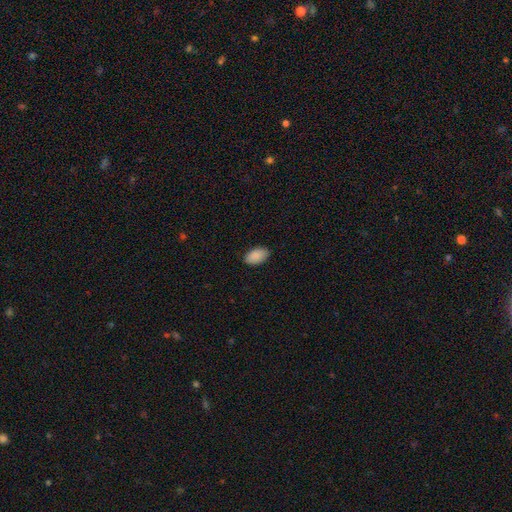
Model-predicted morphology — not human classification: smooth 90%, star or artifact 7%, featured or disk 3%. Down the decision tree: how rounded — in between (95%); merging — none (88%).